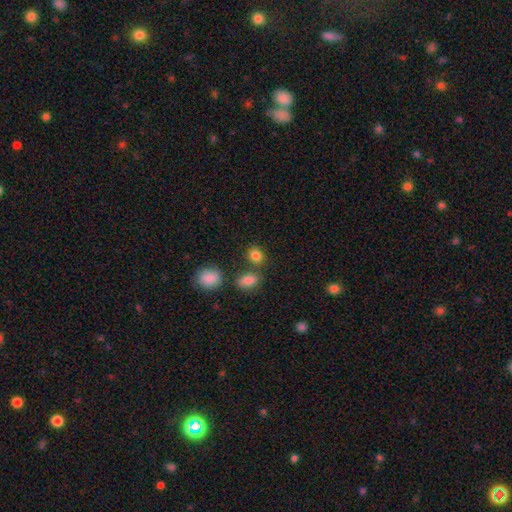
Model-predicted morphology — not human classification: A smooth galaxy with no disk features (83%) that is round (63%). Merging: none (71%).